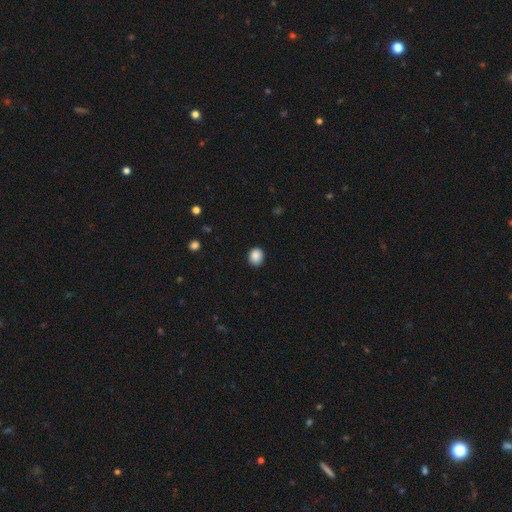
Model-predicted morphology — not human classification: smooth-or-featured: smooth: 89% | star or artifact: 9% | featured or disk: 3%
  how-rounded: round: 65% | in between: 34% | cigar-shaped: 1%
  merging: none: 87% | minor disturbance: 10% | major disturbance: 2% | merger: 1%